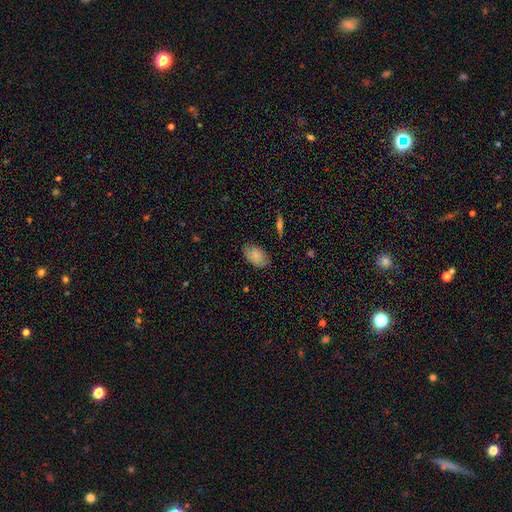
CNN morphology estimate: This appears to be a smooth galaxy with no disk features (80%) that is in between round and cigar-shaped (91%). Merging: none (77%).